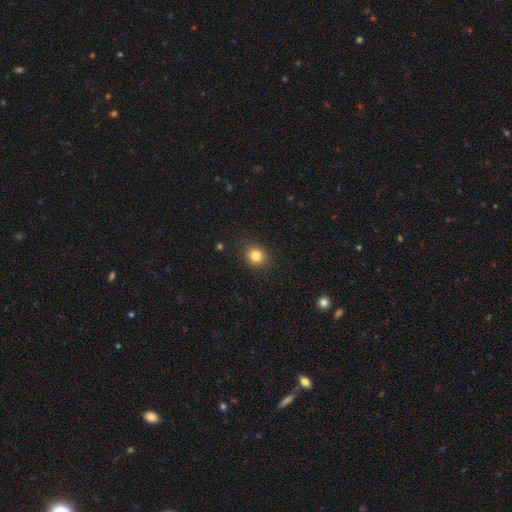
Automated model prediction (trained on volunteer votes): Q: Smooth or featured?
A: smooth (83%); runner-up: star or artifact (11%)
Q: How rounded?
A: round (78%); runner-up: in between (21%)
Q: Merging?
A: none (89%); runner-up: minor disturbance (8%)